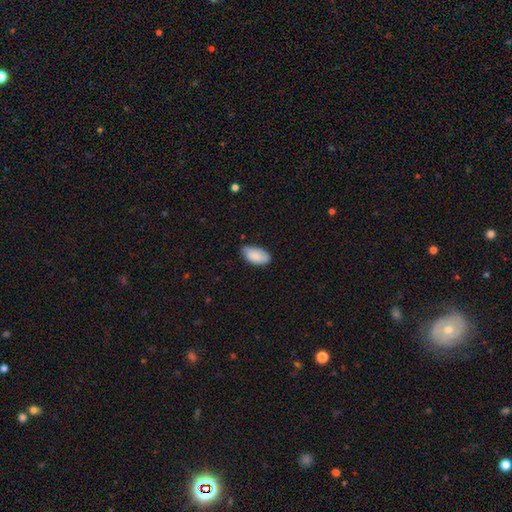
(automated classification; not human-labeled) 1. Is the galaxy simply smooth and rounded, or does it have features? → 86% smooth, 8% featured or disk, 6% star or artifact.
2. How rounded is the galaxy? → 95% in between, 3% cigar-shaped, 3% round.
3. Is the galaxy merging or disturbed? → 67% none, 28% minor disturbance, 4% major disturbance, 1% merger.